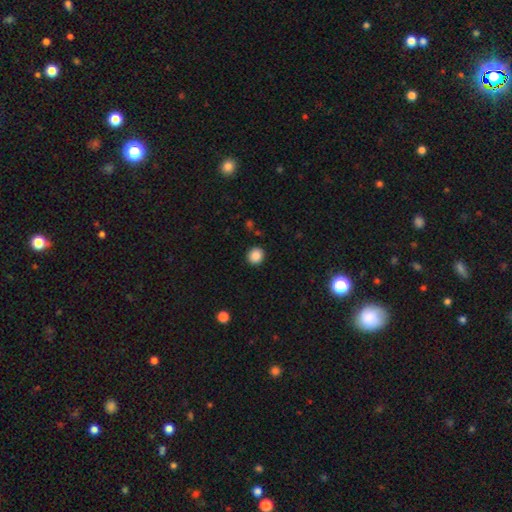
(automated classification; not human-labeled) A smooth galaxy with no disk features (87%) that is round (87%).

Vote fractions:
- Smooth or featured? smooth: 87% / star or artifact: 10% / featured or disk: 3%
- How rounded? round: 87% / in between: 13% / cigar-shaped: 1%
- Merging? none: 91% / minor disturbance: 6% / major disturbance: 2% / merger: 1%